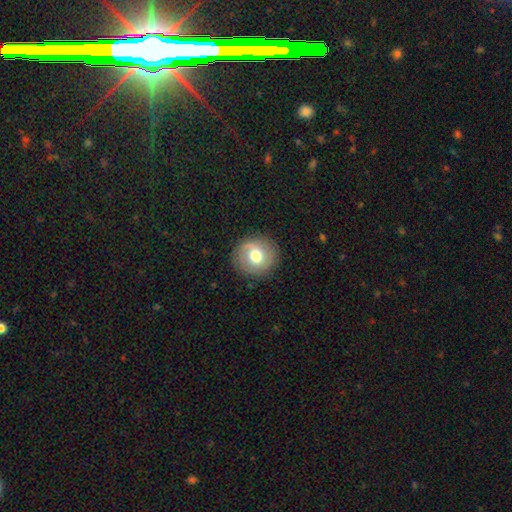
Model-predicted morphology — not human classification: A smooth galaxy with no disk features (66%) that is round (89%).

Vote fractions:
- Smooth or featured? smooth: 66% / featured or disk: 25% / star or artifact: 9%
- How rounded? round: 89% / in between: 10% / cigar-shaped: 1%
- Merging? none: 86% / minor disturbance: 9% / major disturbance: 3% / merger: 1%